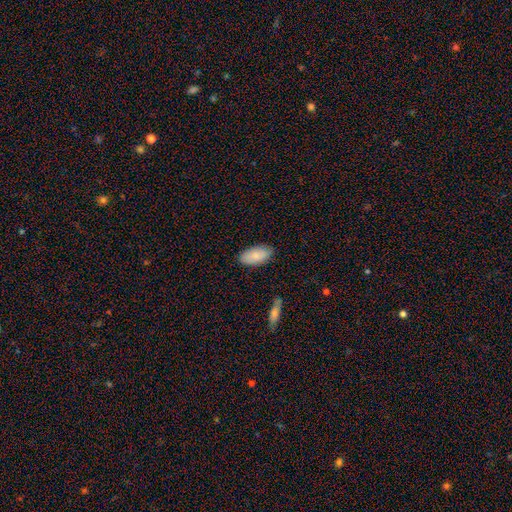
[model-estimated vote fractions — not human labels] Q: Smooth or featured?
A: smooth (82%); runner-up: featured or disk (12%)
Q: How rounded?
A: in between (94%); runner-up: cigar-shaped (4%)
Q: Merging?
A: none (83%); runner-up: minor disturbance (13%)